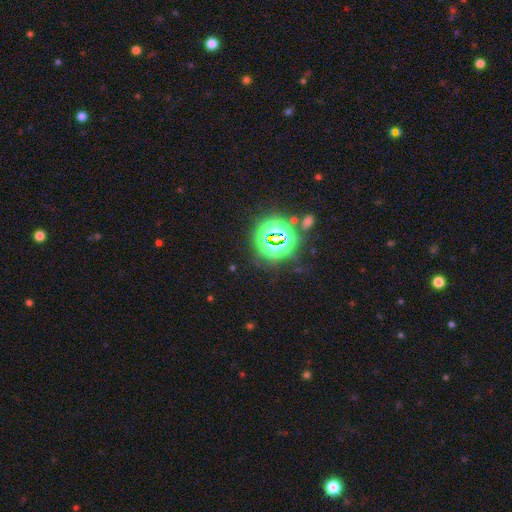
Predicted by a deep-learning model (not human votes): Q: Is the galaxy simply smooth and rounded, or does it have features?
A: star or artifact — 85%.